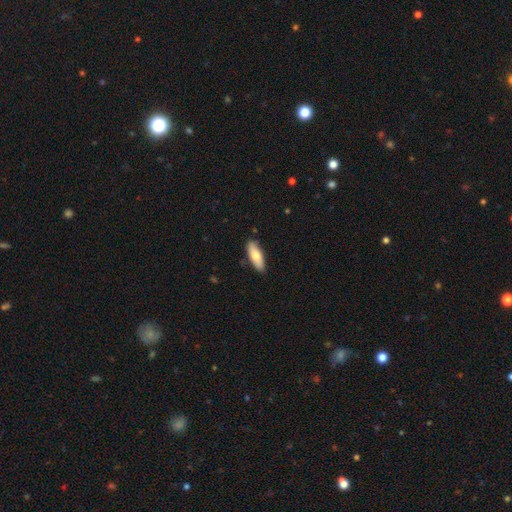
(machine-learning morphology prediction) smooth 75%, featured or disk 19%, star or artifact 6%. Down the decision tree: how rounded — in between (63%); merging — none (85%).